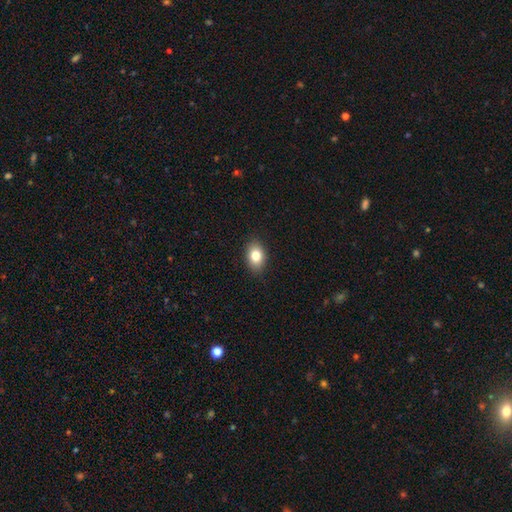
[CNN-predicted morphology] Q: Smooth or featured?
A: smooth (81%); runner-up: featured or disk (10%)
Q: How rounded?
A: in between (79%); runner-up: round (20%)
Q: Merging?
A: none (87%); runner-up: minor disturbance (10%)